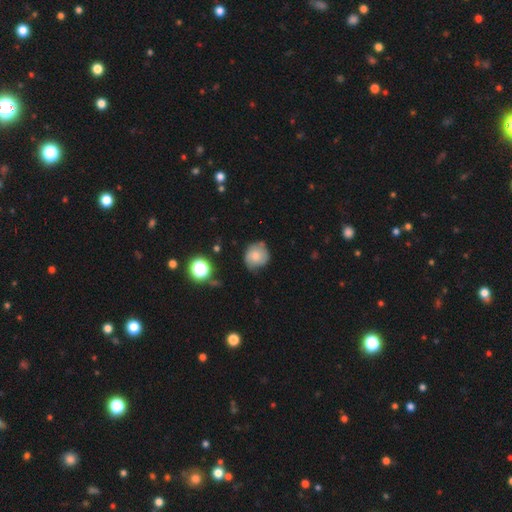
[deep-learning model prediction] Smooth or featured? smooth (60%)
How rounded? round (82%)
Merging? none (62%)